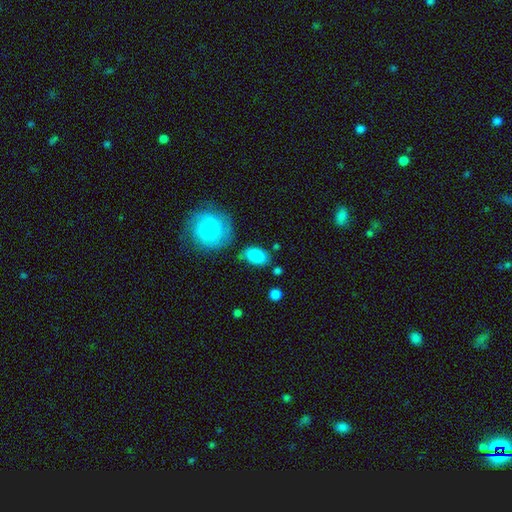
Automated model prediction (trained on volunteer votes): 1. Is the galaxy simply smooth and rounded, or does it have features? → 86% smooth, 7% featured or disk, 7% star or artifact.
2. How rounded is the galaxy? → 88% in between, 11% round, 2% cigar-shaped.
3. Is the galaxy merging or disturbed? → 65% none, 21% minor disturbance, 8% merger, 6% major disturbance.